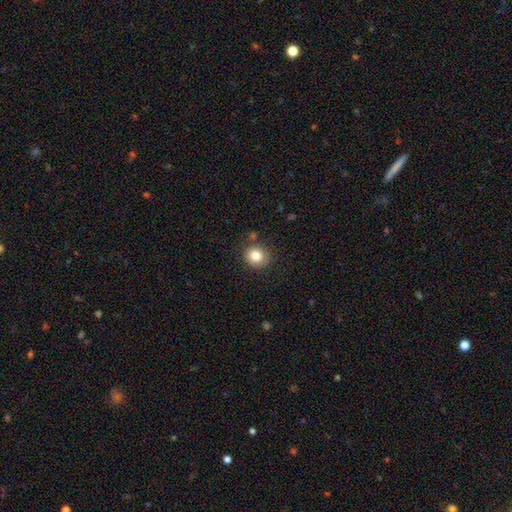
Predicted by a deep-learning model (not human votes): smooth 82%, star or artifact 10%, featured or disk 8%. Down the decision tree: how rounded — round (84%); merging — none (83%).